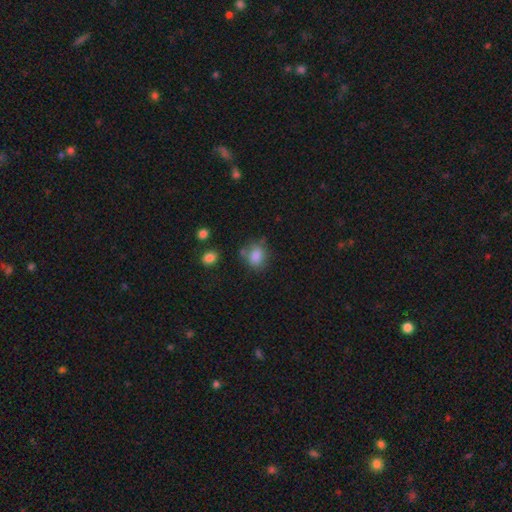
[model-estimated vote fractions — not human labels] This is clearly a smooth galaxy (83%). How rounded: possibly in between (51%). Merging: likely none (62%).